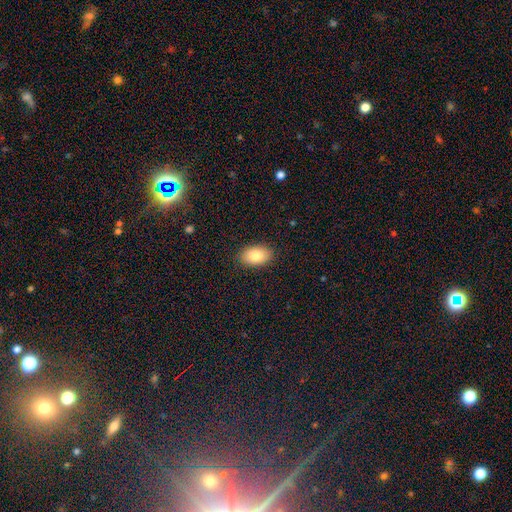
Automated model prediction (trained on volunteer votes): This appears to be a smooth galaxy with no disk features (82%) that is in between round and cigar-shaped (90%). Merging: none (89%).